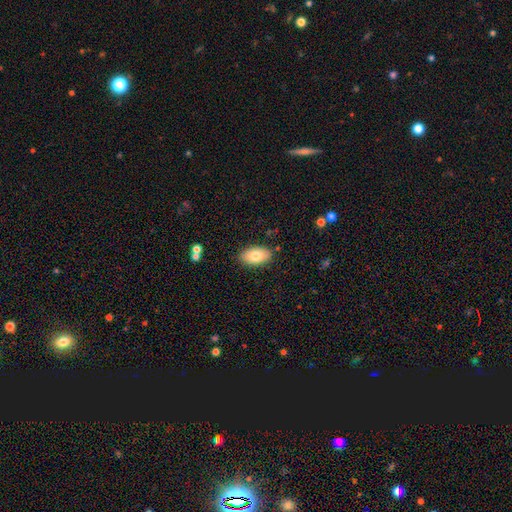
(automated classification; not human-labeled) Q: Smooth or featured?
A: smooth (80%); runner-up: featured or disk (13%)
Q: How rounded?
A: in between (94%); runner-up: round (4%)
Q: Merging?
A: none (86%); runner-up: minor disturbance (10%)